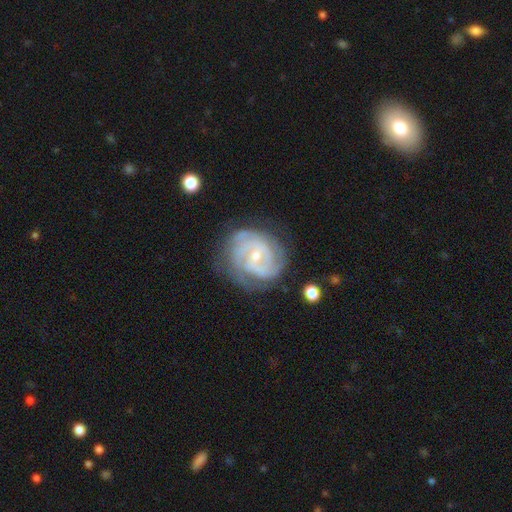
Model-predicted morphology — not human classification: smooth-or-featured: featured or disk: 88% | smooth: 7% | star or artifact: 5%
  disk-edge-on: no: 98% | yes: 2%
    bar: no: 45% | weak: 44% | strong: 11%
    has-spiral-arms: yes: 97% | no: 3%
      spiral-winding: tight: 66% | medium: 29% | loose: 5%
      spiral-arm-count: 2: 34% | 3: 25% | can't tell: 23% | 4: 9% | 1: 5% | more than 4: 5%
    bulge-size: small: 68% | moderate: 28% | none: 2% | large: 1% | dominant: 1%
  merging: none: 73% | minor disturbance: 18% | major disturbance: 7% | merger: 2%